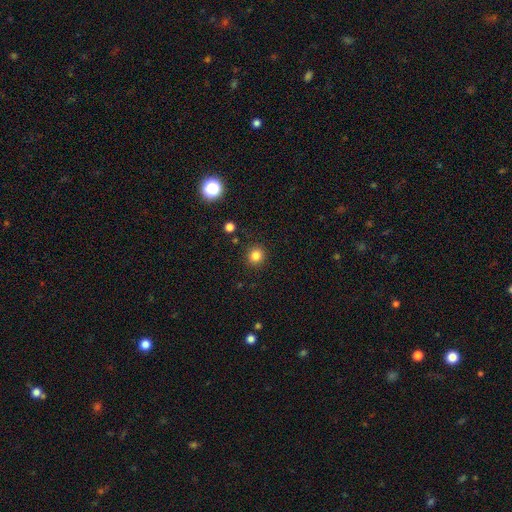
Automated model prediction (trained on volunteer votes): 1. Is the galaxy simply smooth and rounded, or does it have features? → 82% smooth, 13% star or artifact, 5% featured or disk.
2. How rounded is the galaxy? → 89% round, 10% in between, 1% cigar-shaped.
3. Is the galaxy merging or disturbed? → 90% none, 6% minor disturbance, 2% major disturbance, 1% merger.